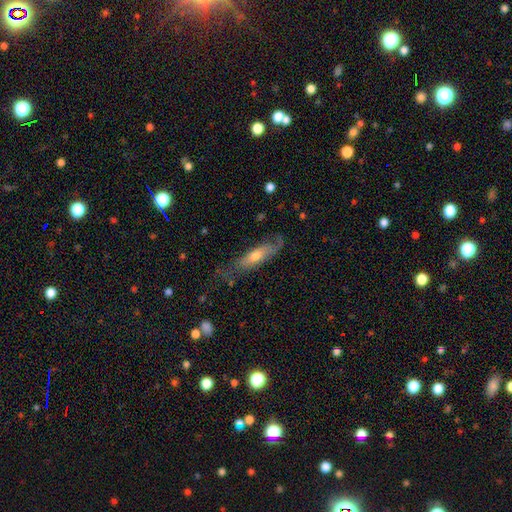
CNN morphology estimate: Q: Smooth or featured?
A: featured or disk (51%); runner-up: smooth (42%)
Q: Edge-on disk?
A: no (56%); runner-up: yes (44%)
Q: Merging?
A: none (51%); runner-up: minor disturbance (28%)